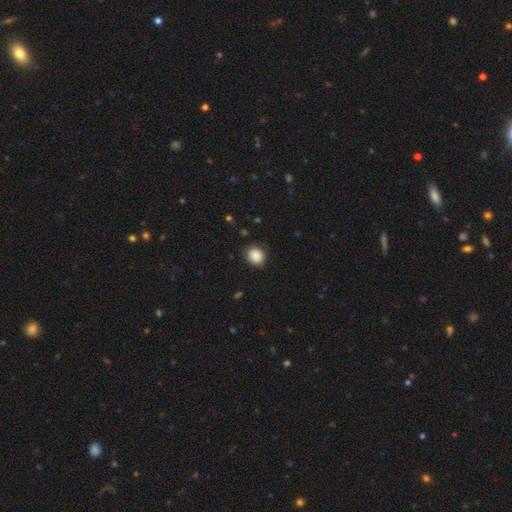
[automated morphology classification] Smooth or featured?
  - smooth: 88% *
  - star or artifact: 8%
  - featured or disk: 3%
How rounded?
  - round: 70% *
  - in between: 29%
  - cigar-shaped: 1%
Merging?
  - none: 86% *
  - minor disturbance: 10%
  - major disturbance: 3%
  - merger: 1%